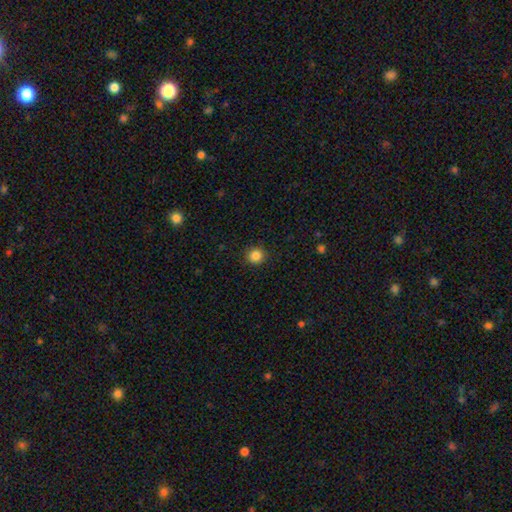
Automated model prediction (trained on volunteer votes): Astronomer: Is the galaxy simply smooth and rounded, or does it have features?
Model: smooth — 86%.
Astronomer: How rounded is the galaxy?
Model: round — 92%.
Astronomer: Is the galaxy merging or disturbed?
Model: none — 92%.